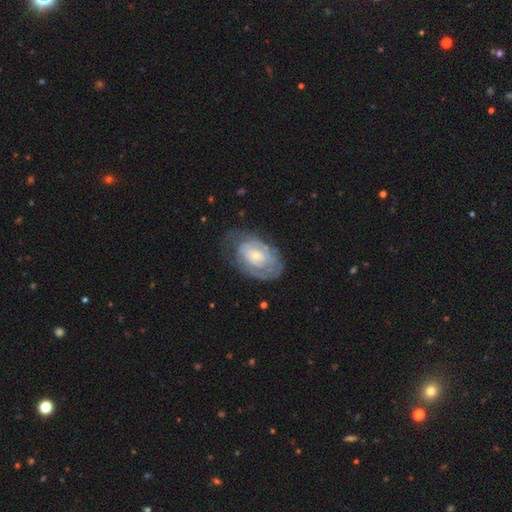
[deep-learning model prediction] Morphology: type=featured or disk (71%); edge-on=no (96%); bar=no (74%); spiral arms=yes (75%); winding=tight (66%); arm count=can't tell (54%); bulge=small (59%); merging=none (57%).